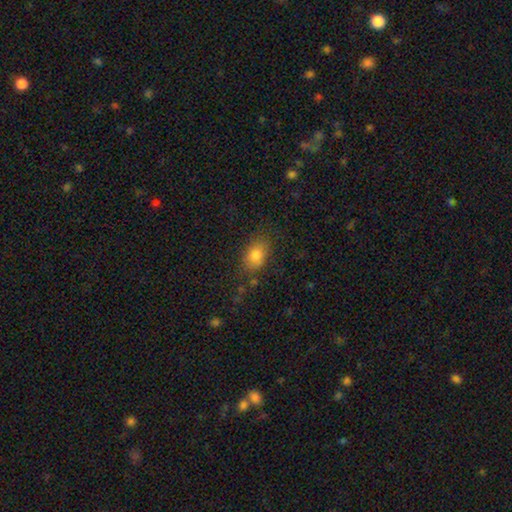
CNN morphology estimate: smooth_or_featured: smooth (p=0.82) [alt: star or artifact p=0.10]
how_rounded: in between (p=0.80) [alt: round p=0.18]
merging: none (p=0.73) [alt: minor disturbance p=0.17]